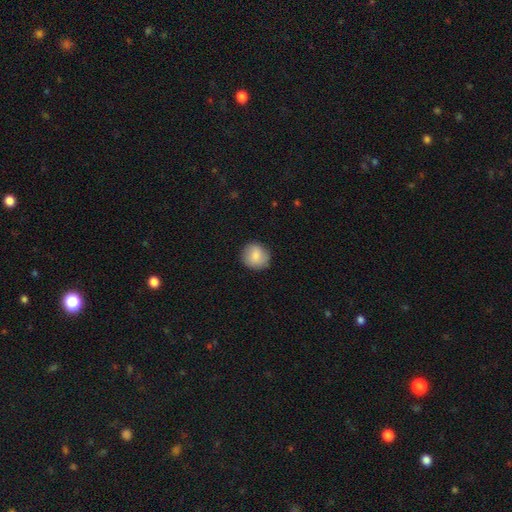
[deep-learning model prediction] The model was most divided on "smooth or featured": smooth: 83%, featured or disk: 10%, star or artifact: 7%. More confident: how rounded — round (87%); merging — none (86%).